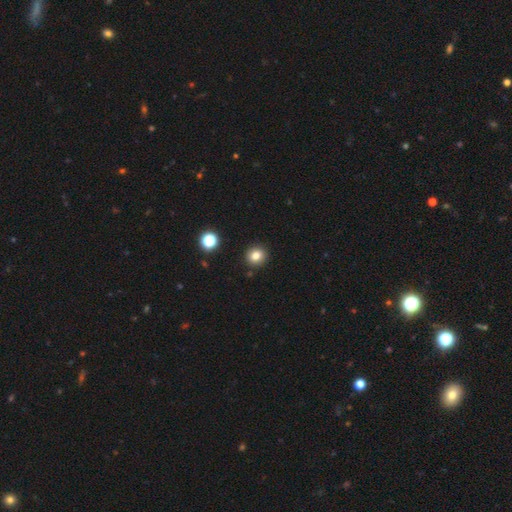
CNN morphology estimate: smooth 79%, star or artifact 13%, featured or disk 8%. Down the decision tree: how rounded — round (90%); merging — none (91%).